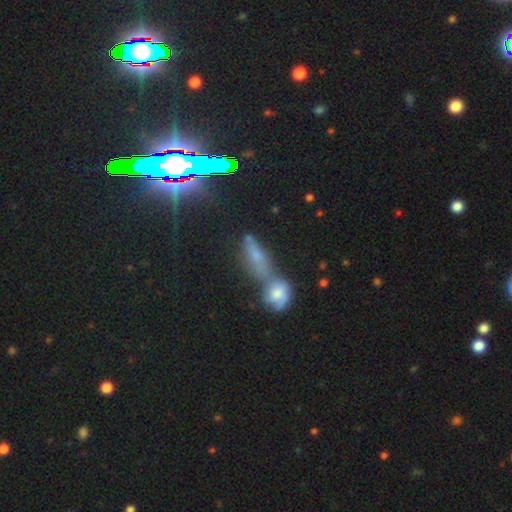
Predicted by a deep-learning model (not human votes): Smooth or featured? smooth (49%)
Merging? merger (50%)